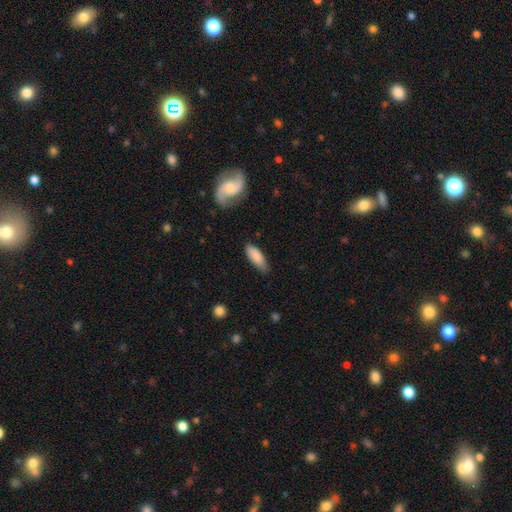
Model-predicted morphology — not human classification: Smooth or featured? Predicted: smooth (p=0.84). How rounded? Predicted: in between (p=0.66). Merging? Predicted: none (p=0.72).